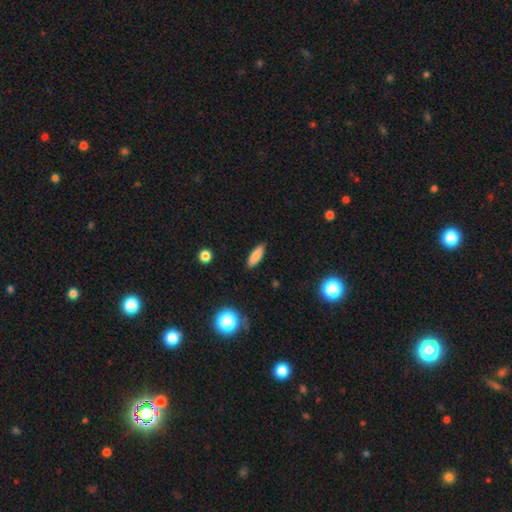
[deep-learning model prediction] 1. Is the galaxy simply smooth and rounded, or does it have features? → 82% smooth, 10% featured or disk, 8% star or artifact.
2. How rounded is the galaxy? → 52% in between, 45% cigar-shaped, 2% round.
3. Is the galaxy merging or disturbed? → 88% none, 9% minor disturbance, 2% major disturbance, 1% merger.